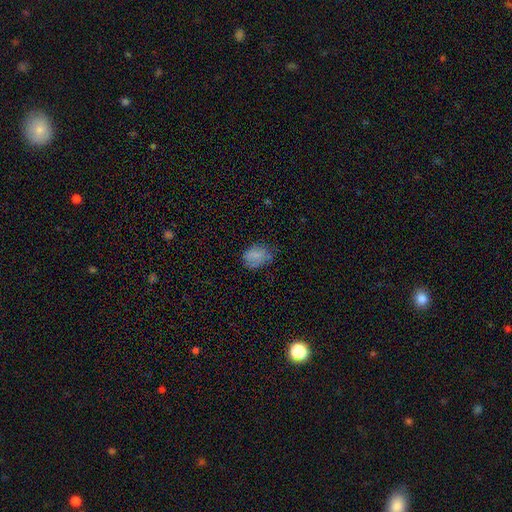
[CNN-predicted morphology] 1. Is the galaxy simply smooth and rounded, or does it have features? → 76% smooth, 12% star or artifact, 12% featured or disk.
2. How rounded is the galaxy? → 68% in between, 30% round, 1% cigar-shaped.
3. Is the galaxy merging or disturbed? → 60% none, 28% minor disturbance, 11% major disturbance, 2% merger.